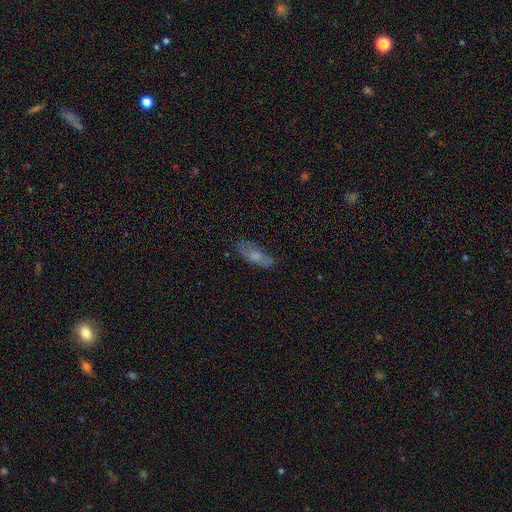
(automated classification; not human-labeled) smooth-or-featured: smooth: 64% | featured or disk: 28% | star or artifact: 8%
  how-rounded: in between: 70% | cigar-shaped: 27% | round: 3%
  merging: none: 68% | minor disturbance: 23% | major disturbance: 6% | merger: 2%